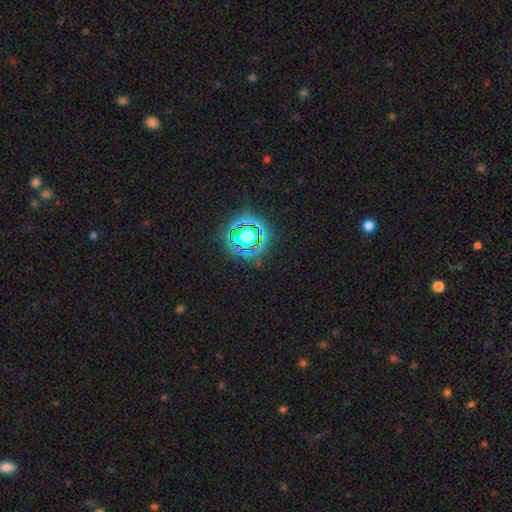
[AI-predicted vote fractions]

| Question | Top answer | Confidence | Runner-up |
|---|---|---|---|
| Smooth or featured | star or artifact | 76% | smooth (15%) |